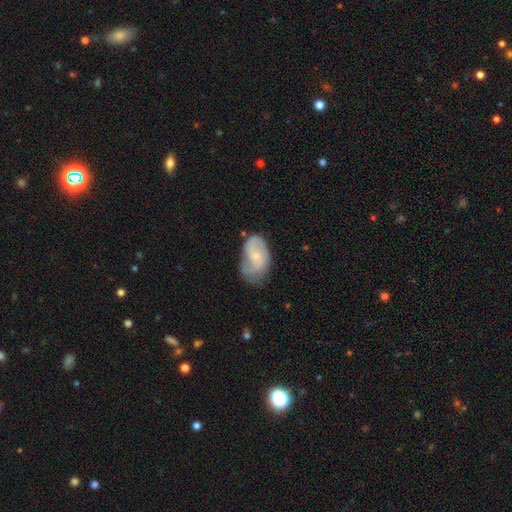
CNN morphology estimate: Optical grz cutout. It shows a featured or disk galaxy (56%) with no bar (62%), spiral arms (82%) and a small central bulge (64%). Merging: none (47%).